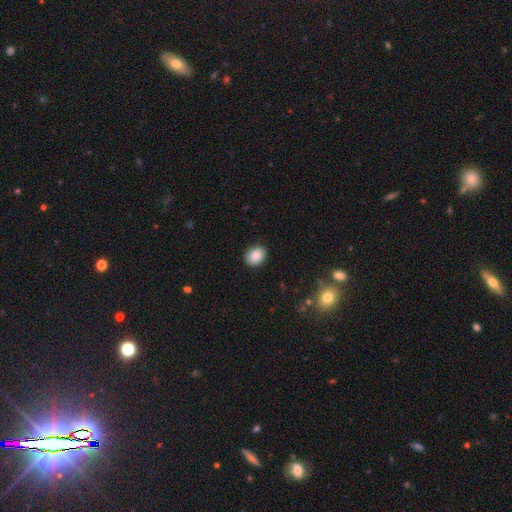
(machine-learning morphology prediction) A smooth galaxy with no disk features (87%) that is in between round and cigar-shaped (62%).

Vote fractions:
- Smooth or featured? smooth: 87% / star or artifact: 8% / featured or disk: 5%
- How rounded? in between: 62% / round: 37% / cigar-shaped: 1%
- Merging? none: 89% / minor disturbance: 8% / major disturbance: 2% / merger: 1%